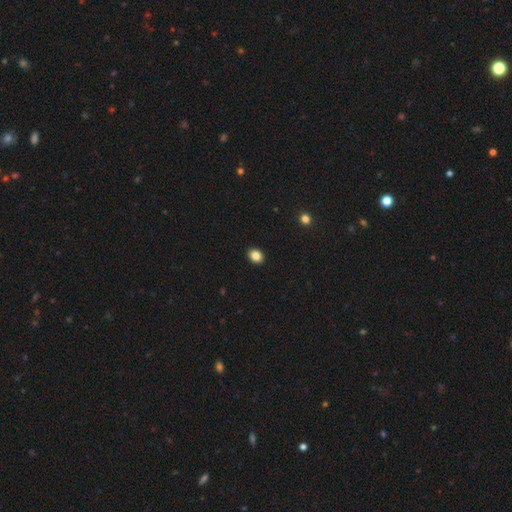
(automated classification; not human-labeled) A smooth galaxy with no disk features (86%) that is round (54%).

Vote fractions:
- Smooth or featured? smooth: 86% / star or artifact: 10% / featured or disk: 4%
- How rounded? round: 54% / in between: 45% / cigar-shaped: 1%
- Merging? none: 92% / minor disturbance: 5% / major disturbance: 2% / merger: 1%